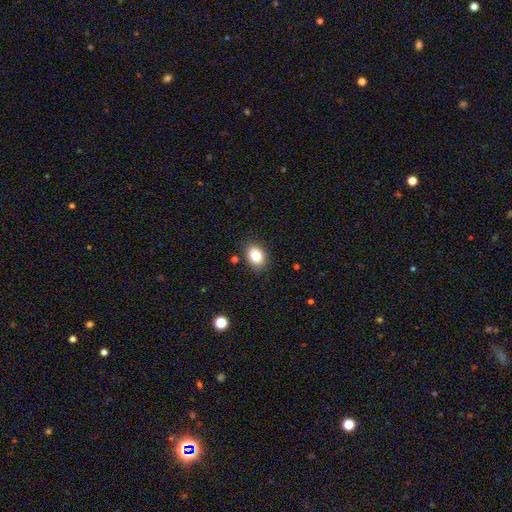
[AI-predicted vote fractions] Morphology: type=smooth (84%); roundness=in between (69%); merging=none (87%).